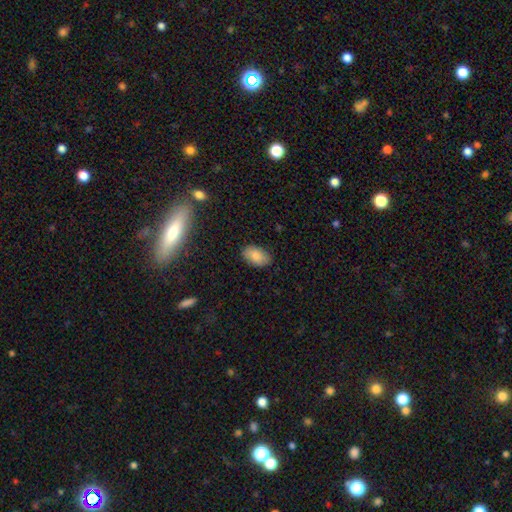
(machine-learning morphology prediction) type=smooth (85%); roundness=in between (92%); merging=none (85%).